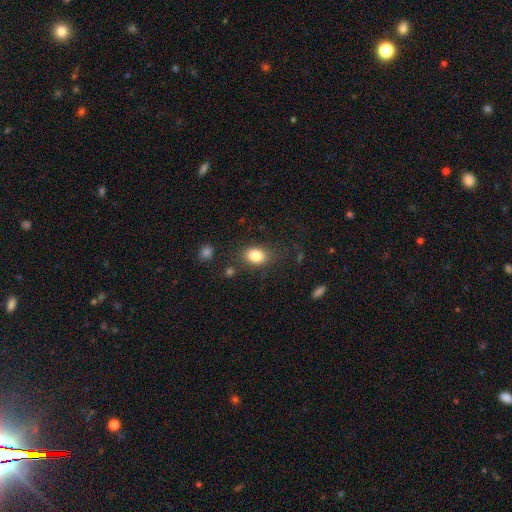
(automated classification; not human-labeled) Smooth or featured?
  - smooth: 84% *
  - star or artifact: 9%
  - featured or disk: 7%
How rounded?
  - in between: 75% *
  - round: 24%
  - cigar-shaped: 1%
Merging?
  - none: 78% *
  - minor disturbance: 14%
  - major disturbance: 5%
  - merger: 3%